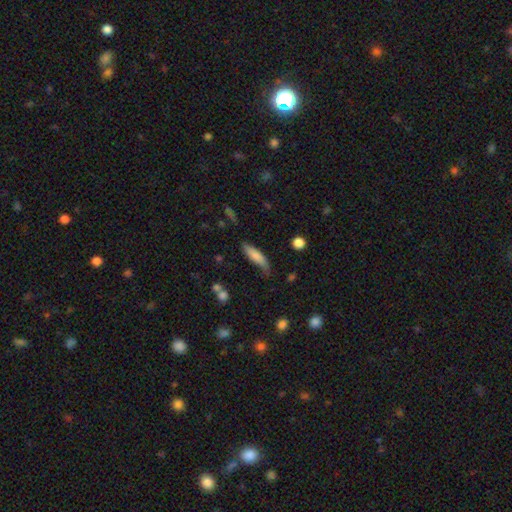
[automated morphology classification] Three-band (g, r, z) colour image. It shows a smooth galaxy with no disk features (77%) that is cigar-shaped (60%). Merging: none (60%).